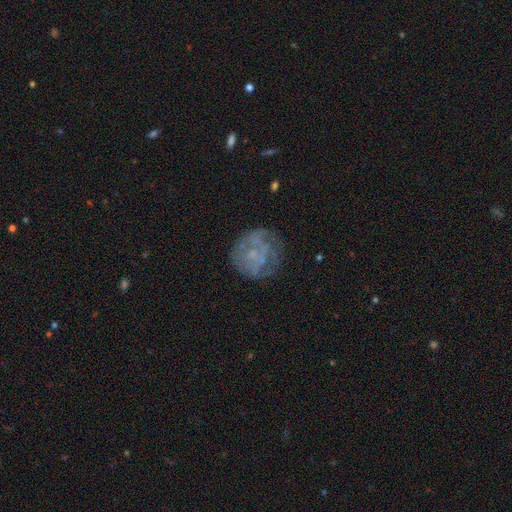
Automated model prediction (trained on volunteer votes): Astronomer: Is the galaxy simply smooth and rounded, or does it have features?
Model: featured or disk — 57%.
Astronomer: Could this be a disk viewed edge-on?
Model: no — 98%.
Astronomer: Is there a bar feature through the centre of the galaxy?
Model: no — 85%.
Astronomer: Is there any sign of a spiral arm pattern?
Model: no — 62% (runner-up: yes, 38%).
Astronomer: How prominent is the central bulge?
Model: none — 52% (runner-up: small, 33%).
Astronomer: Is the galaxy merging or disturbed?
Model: none — 60%.